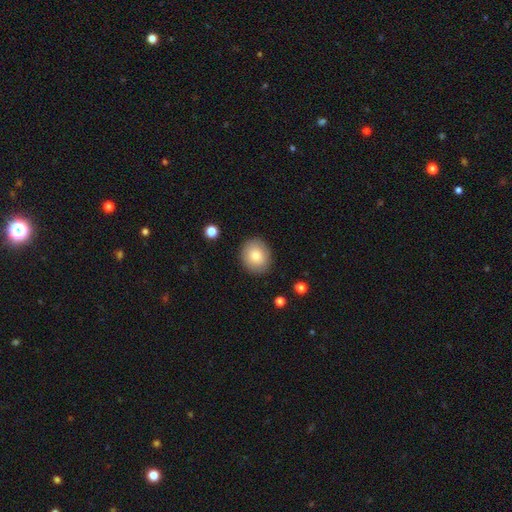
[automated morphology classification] Smooth or featured?
  - smooth: 81% *
  - featured or disk: 11%
  - star or artifact: 8%
How rounded?
  - round: 72% *
  - in between: 27%
  - cigar-shaped: 1%
Merging?
  - none: 87% *
  - minor disturbance: 9%
  - major disturbance: 2%
  - merger: 1%